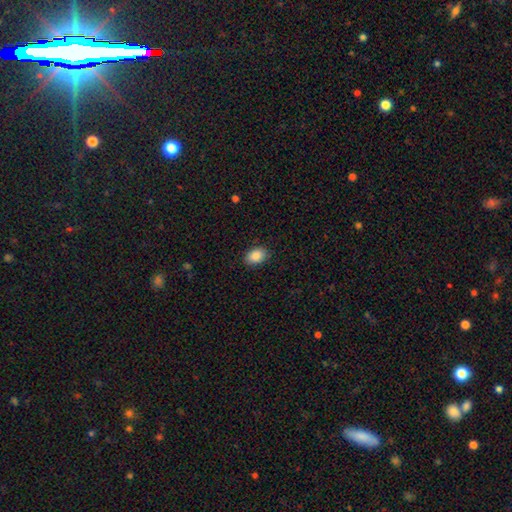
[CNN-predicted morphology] This is clearly a smooth galaxy (88%). How rounded: clearly in between (82%). Merging: clearly none (88%).